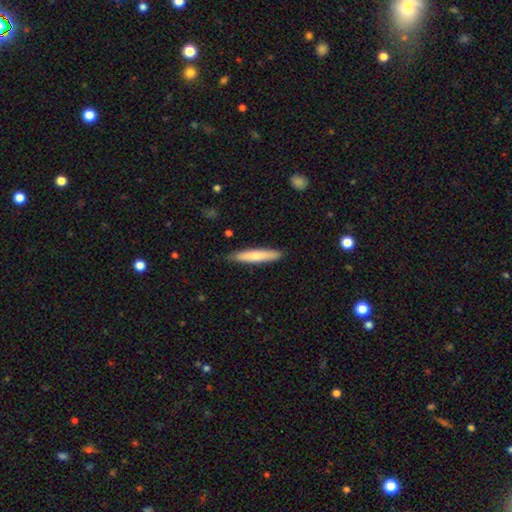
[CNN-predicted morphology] Smooth or featured: smooth — 71% (featured or disk — 23%)
How rounded: cigar-shaped — 92% (in between — 7%)
Merging: none — 86% (minor disturbance — 11%)